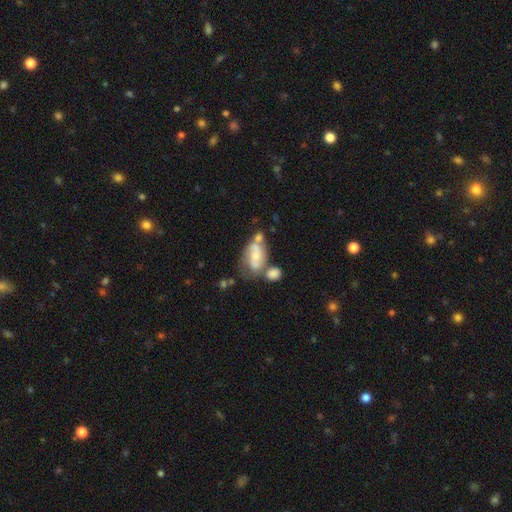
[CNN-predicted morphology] This appears to be a featured or disk galaxy (57%) with no bar (59%), spiral arms (72%) and a small central bulge (44%). Merging: merger (40%).